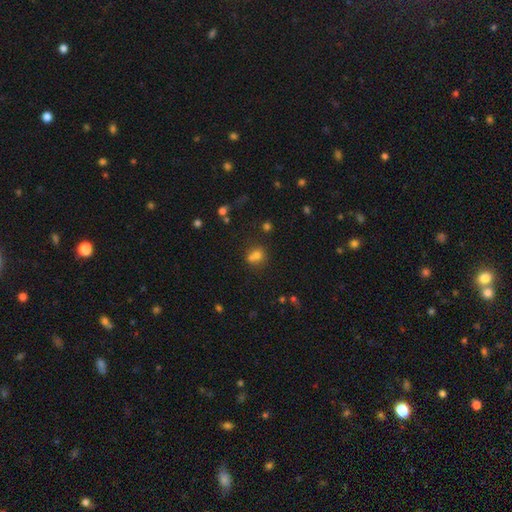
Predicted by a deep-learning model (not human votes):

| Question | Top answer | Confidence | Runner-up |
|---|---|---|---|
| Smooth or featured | smooth | 68% | star or artifact (19%) |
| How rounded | round | 73% | in between (25%) |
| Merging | none | 46% | merger (39%) |